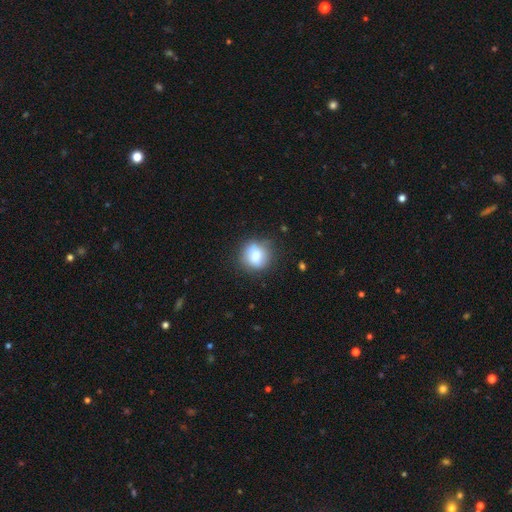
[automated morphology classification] A smooth galaxy with no disk features (71%) that is round (87%). Merging: none (80%).